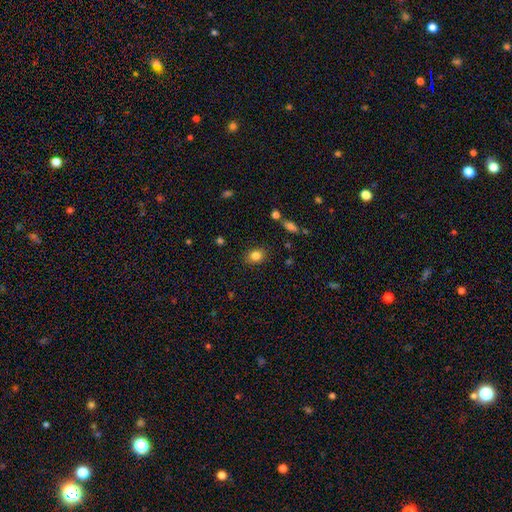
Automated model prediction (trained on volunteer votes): A smooth galaxy with no disk features (83%) that is in between round and cigar-shaped (51%).

Vote fractions:
- Smooth or featured? smooth: 83% / star or artifact: 10% / featured or disk: 7%
- How rounded? in between: 51% / round: 48% / cigar-shaped: 1%
- Merging? none: 85% / minor disturbance: 11% / major disturbance: 3% / merger: 2%